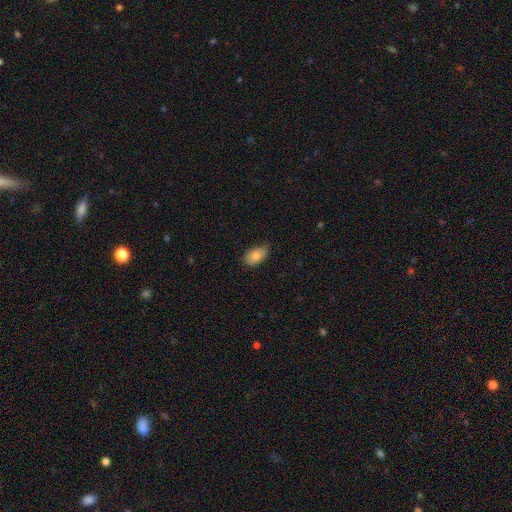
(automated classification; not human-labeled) A smooth galaxy with no disk features (83%) that is in between round and cigar-shaped (92%).

Vote fractions:
- Smooth or featured? smooth: 83% / featured or disk: 9% / star or artifact: 7%
- How rounded? in between: 92% / round: 6% / cigar-shaped: 2%
- Merging? none: 69% / minor disturbance: 26% / major disturbance: 4% / merger: 1%